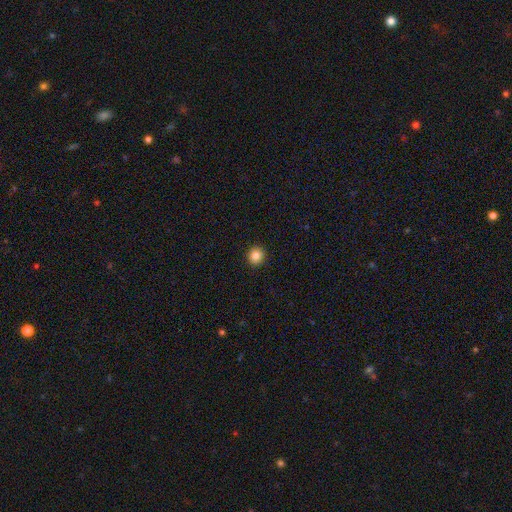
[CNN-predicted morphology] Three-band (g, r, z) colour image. It shows a smooth galaxy with no disk features (84%) that is round (90%). Merging: none (93%).